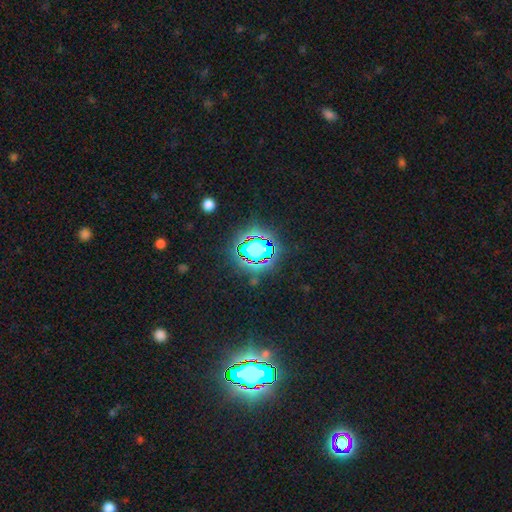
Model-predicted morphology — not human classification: Smooth or featured: star or artifact — 80% (smooth — 12%)